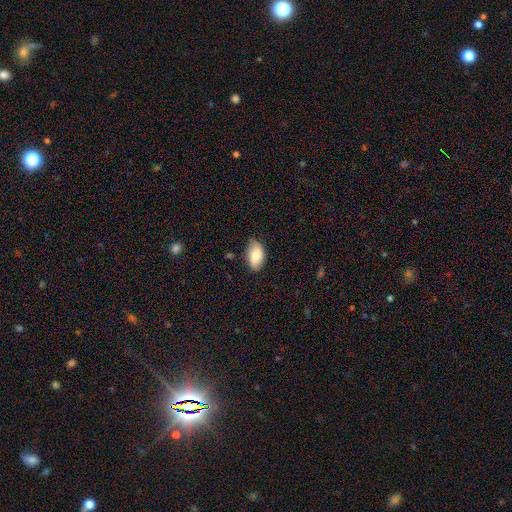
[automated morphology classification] Smooth or featured: smooth — 81% (featured or disk — 12%)
How rounded: in between — 94% (round — 4%)
Merging: none — 77% (minor disturbance — 19%)